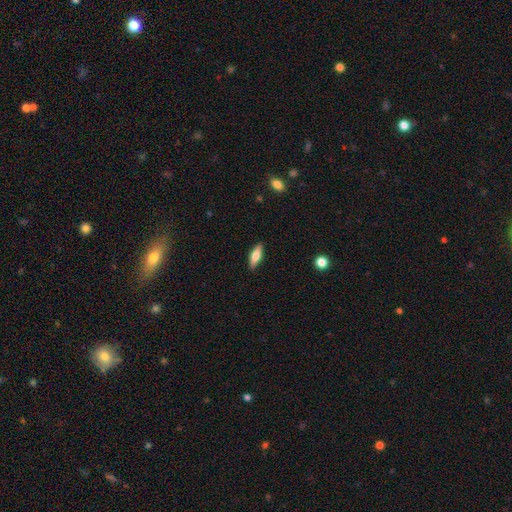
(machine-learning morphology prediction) Smooth or featured? Predicted: smooth (p=0.63). How rounded? Predicted: in between (p=0.53). Merging? Predicted: none (p=0.87).